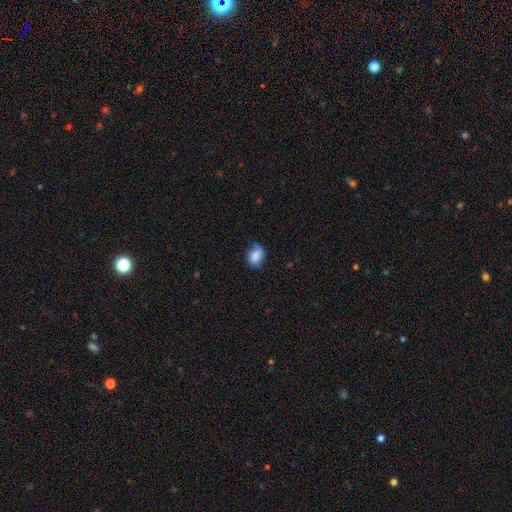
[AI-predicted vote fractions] The model was most divided on "merging": none: 51%, minor disturbance: 36%, major disturbance: 10%, merger: 3%. More confident: smooth or featured — smooth (80%); how rounded — in between (66%).